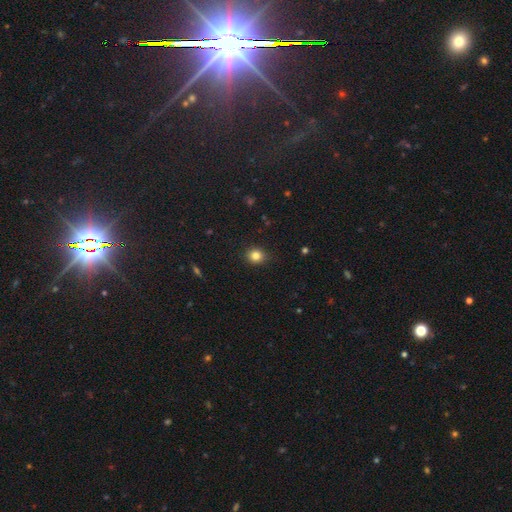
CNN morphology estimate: Q: Smooth or featured?
A: smooth (83%); runner-up: star or artifact (12%)
Q: How rounded?
A: round (78%); runner-up: in between (21%)
Q: Merging?
A: none (88%); runner-up: minor disturbance (9%)